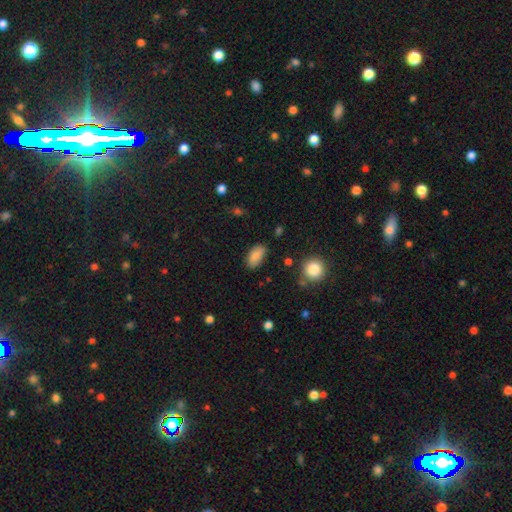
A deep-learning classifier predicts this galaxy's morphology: A smooth galaxy with no disk features (83%) that is in between round and cigar-shaped (92%).

Vote fractions:
- Smooth or featured? smooth: 83% / featured or disk: 10% / star or artifact: 8%
- How rounded? in between: 92% / round: 5% / cigar-shaped: 3%
- Merging? none: 78% / minor disturbance: 17% / major disturbance: 4% / merger: 2%